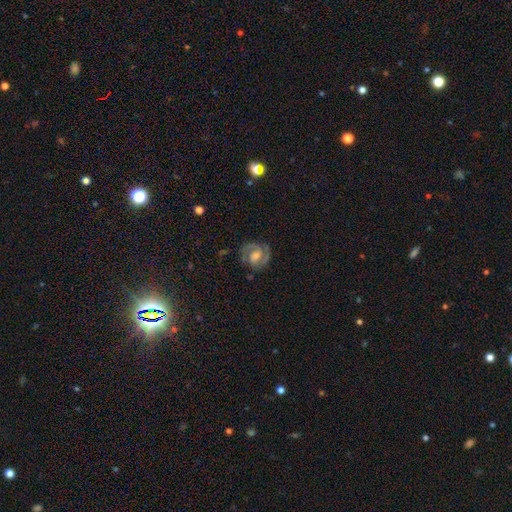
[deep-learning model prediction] Smooth or featured: featured or disk — 84% (smooth — 9%)
Edge-on disk: no — 98% (yes — 2%)
Bar: weak — 46% (no — 41%)
Spiral arms: yes — 97% (no — 3%)
Spiral winding: tight — 50% (medium — 43%)
Spiral arm count: 2 — 80% (3 — 7%)
Bulge size: moderate — 49% (small — 37%)
Merging: none — 77% (minor disturbance — 15%)